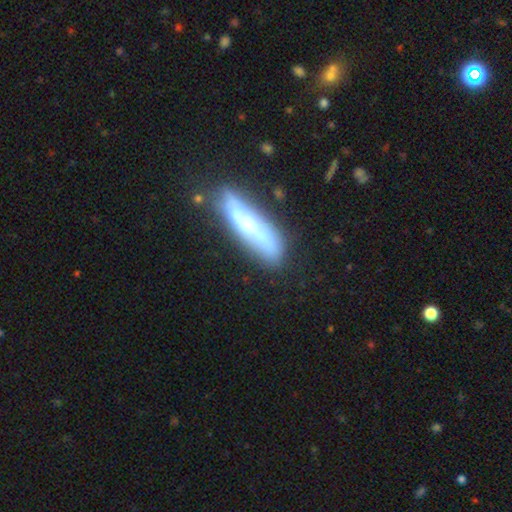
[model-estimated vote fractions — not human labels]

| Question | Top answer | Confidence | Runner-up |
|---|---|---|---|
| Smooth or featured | featured or disk | 54% | smooth (38%) |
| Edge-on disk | yes | 56% | no (44%) |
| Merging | none | 74% | minor disturbance (17%) |